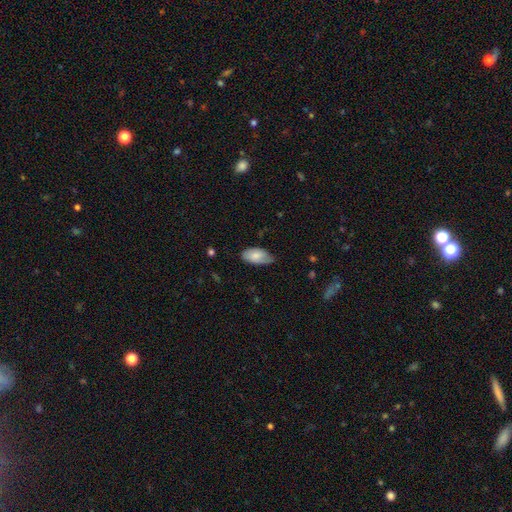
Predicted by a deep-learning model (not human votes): A smooth galaxy with no disk features (75%) that is in between round and cigar-shaped (94%). Merging: none (60%).